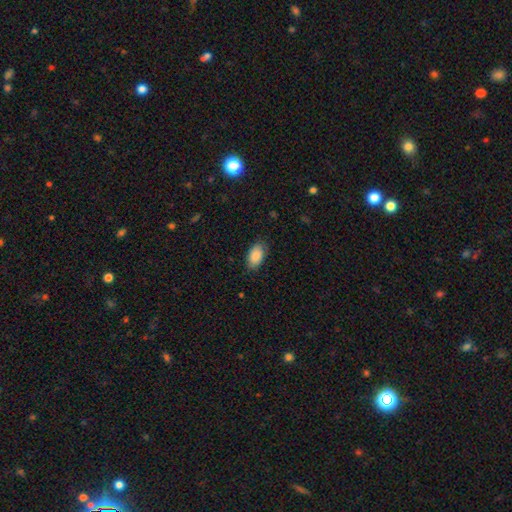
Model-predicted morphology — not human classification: The model was most divided on "merging": none: 82%, minor disturbance: 14%, major disturbance: 3%, merger: 1%. More confident: how rounded — in between (94%); smooth or featured — smooth (88%).